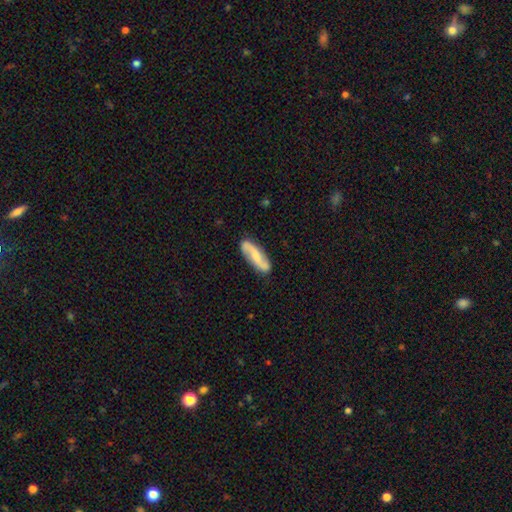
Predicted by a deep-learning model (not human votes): Smooth or featured: featured or disk — 66% (smooth — 28%)
Edge-on disk: no — 90% (yes — 10%)
Bar: no — 40% (weak — 38%)
Spiral arms: yes — 93% (no — 7%)
Spiral winding: loose — 59% (medium — 29%)
Spiral arm count: 2 — 92% (can't tell — 4%)
Bulge size: small — 41% (moderate — 30%)
Merging: none — 85% (minor disturbance — 11%)